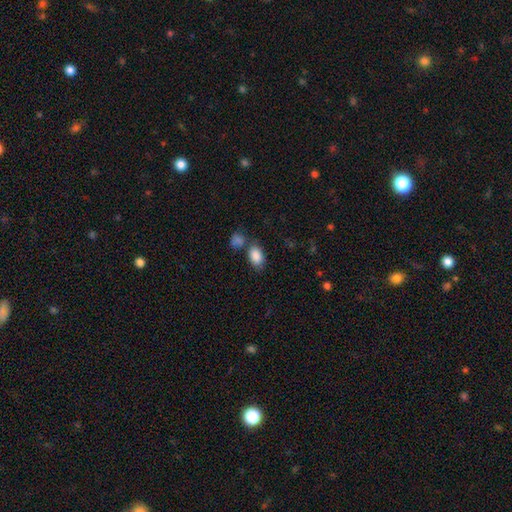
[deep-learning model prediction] Smooth or featured: smooth — 87% (star or artifact — 8%)
How rounded: in between — 89% (round — 10%)
Merging: none — 60% (merger — 22%)